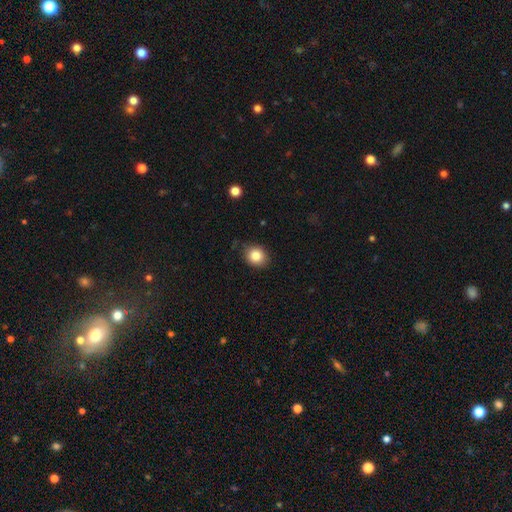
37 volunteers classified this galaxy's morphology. smooth 92%, featured or disk 5%, star or artifact 3%. Down the decision tree: how rounded — round (68%); merging — none (81%).